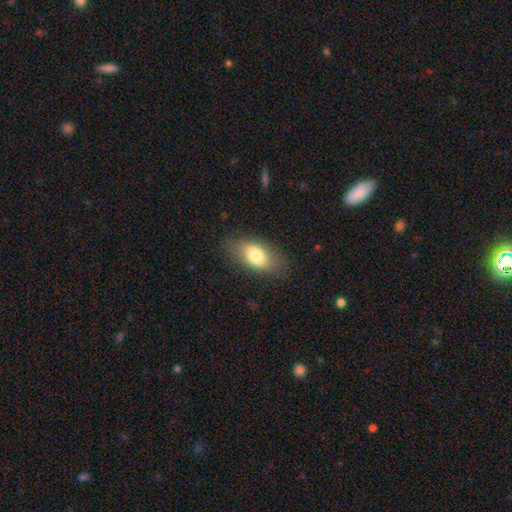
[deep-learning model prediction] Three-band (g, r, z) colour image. It shows a smooth galaxy with no disk features (78%) that is in between round and cigar-shaped (90%). Merging: none (80%).